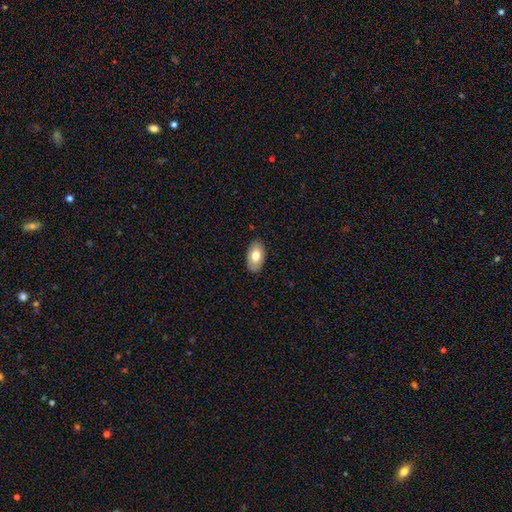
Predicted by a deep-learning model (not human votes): Smooth or featured? smooth (75%)
How rounded? in between (94%)
Merging? none (88%)